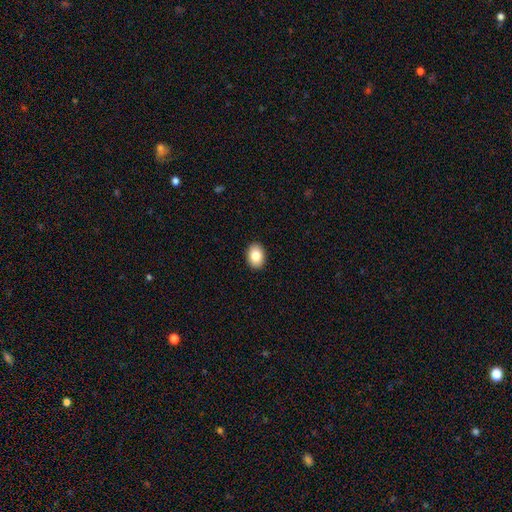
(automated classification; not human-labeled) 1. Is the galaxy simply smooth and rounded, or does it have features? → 85% smooth, 8% star or artifact, 8% featured or disk.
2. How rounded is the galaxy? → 76% in between, 23% round, 1% cigar-shaped.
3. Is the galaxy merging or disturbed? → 91% none, 6% minor disturbance, 2% major disturbance, 1% merger.